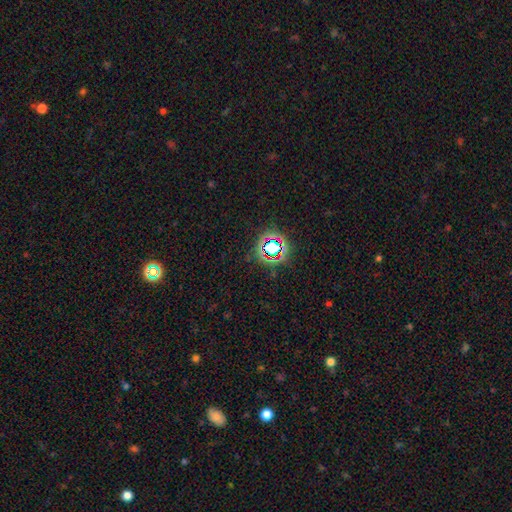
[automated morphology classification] Smooth or featured? star or artifact (76%)